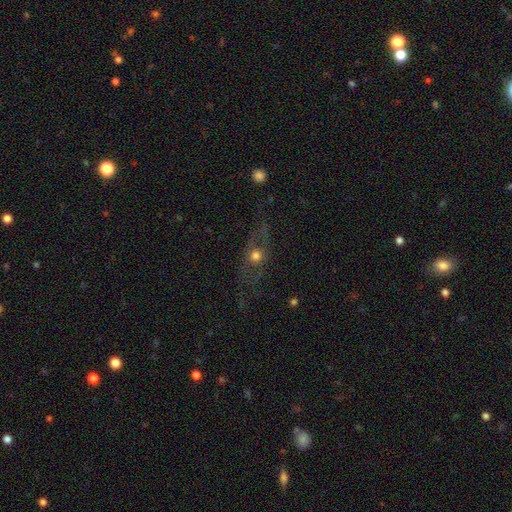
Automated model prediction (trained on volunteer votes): This appears to be a featured or disk galaxy (48%). Merging: none (68%).